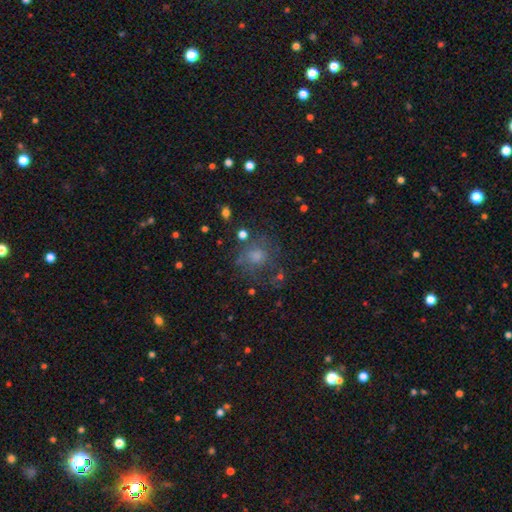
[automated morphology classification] This appears to be a smooth galaxy with no disk features (53%) that is round (78%). Merging: none (56%).